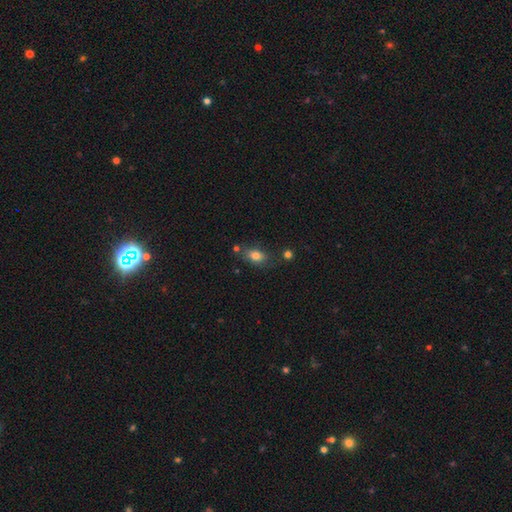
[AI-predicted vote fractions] The model was most divided on "merging": none: 68%, minor disturbance: 18%, merger: 9%, major disturbance: 5%. More confident: how rounded — in between (80%); smooth or featured — smooth (80%).